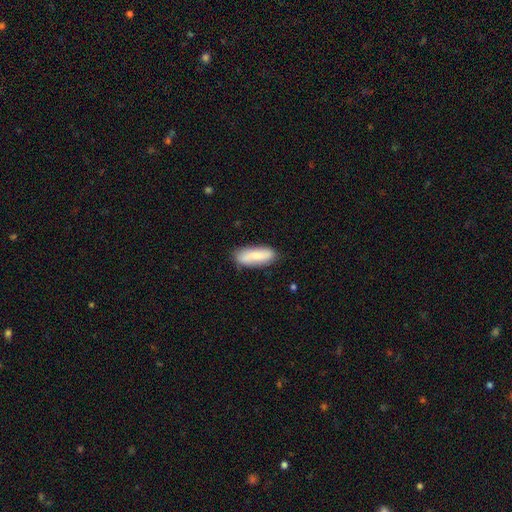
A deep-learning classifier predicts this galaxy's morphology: smooth-or-featured: smooth: 72% | featured or disk: 22% | star or artifact: 6%
  how-rounded: in between: 67% | cigar-shaped: 31% | round: 2%
  merging: none: 81% | minor disturbance: 15% | major disturbance: 3% | merger: 2%